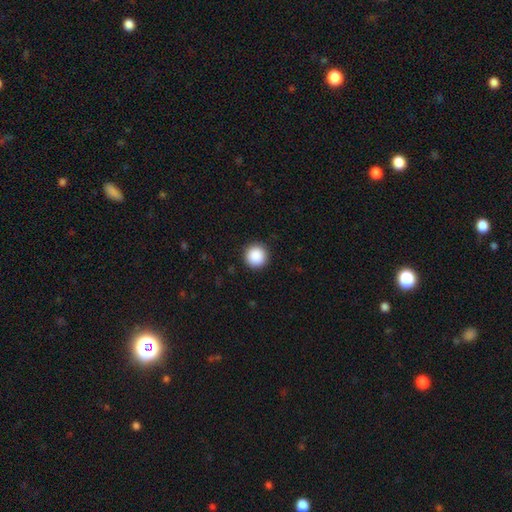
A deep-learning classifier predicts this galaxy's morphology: smooth 89%, star or artifact 9%, featured or disk 2%. Down the decision tree: how rounded — round (96%); merging — none (92%).